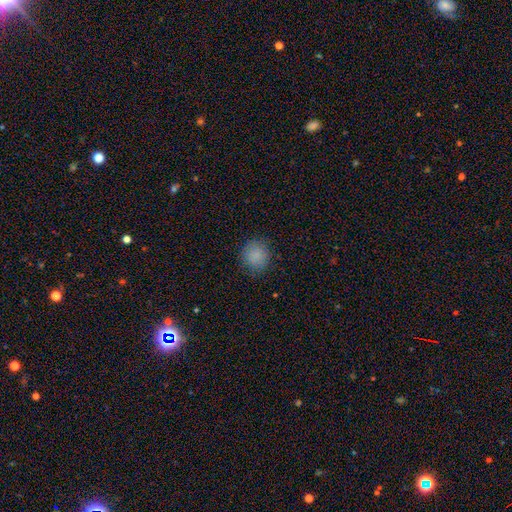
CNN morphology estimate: type=smooth (86%); roundness=round (87%); merging=none (86%).